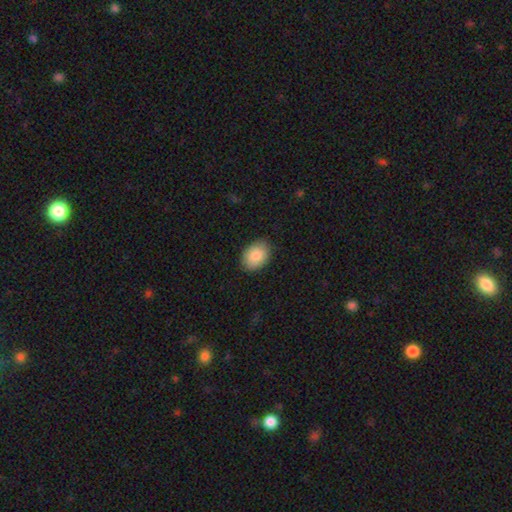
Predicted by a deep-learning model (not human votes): This appears to be a smooth galaxy with no disk features (85%) that is in between round and cigar-shaped (76%). Merging: none (85%).